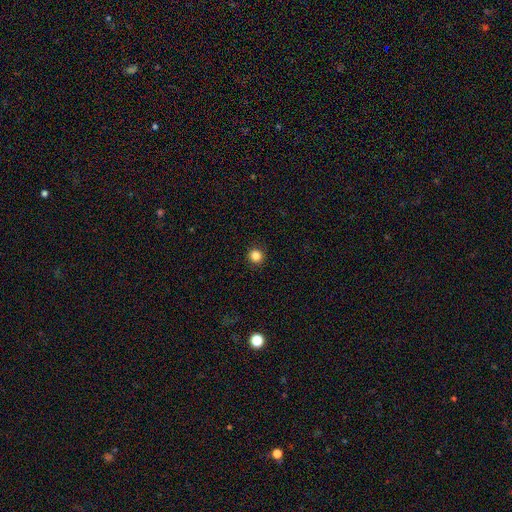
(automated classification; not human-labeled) smooth_or_featured: smooth (p=0.85) [alt: star or artifact p=0.12]
how_rounded: round (p=0.95) [alt: in between p=0.04]
merging: none (p=0.93) [alt: minor disturbance p=0.05]